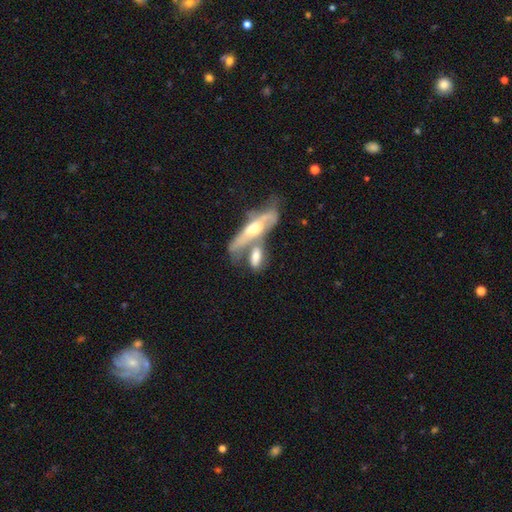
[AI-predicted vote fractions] Q: Smooth or featured?
A: featured or disk (55%); runner-up: smooth (38%)
Q: Edge-on disk?
A: yes (52%); runner-up: no (48%)
Q: Merging?
A: merger (54%); runner-up: none (25%)